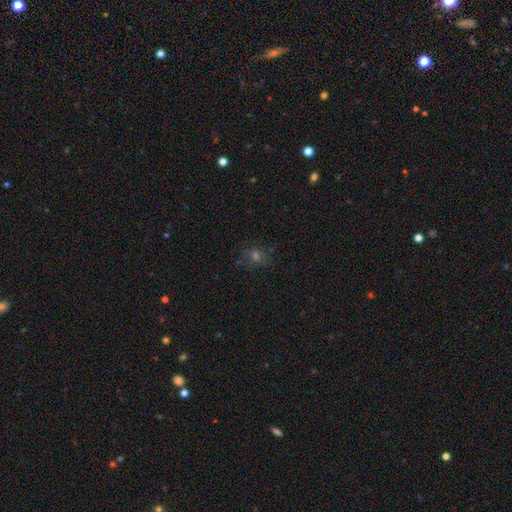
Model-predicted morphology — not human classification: Smooth or featured: smooth — 41% (star or artifact — 36%)
Merging: none — 74% (minor disturbance — 16%)